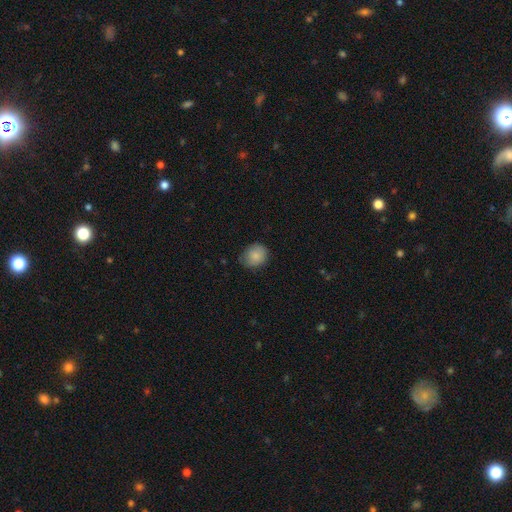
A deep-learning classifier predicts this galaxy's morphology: smooth-or-featured: smooth: 85% | star or artifact: 7% | featured or disk: 7%
  how-rounded: round: 70% | in between: 30% | cigar-shaped: 1%
  merging: none: 73% | minor disturbance: 22% | major disturbance: 4% | merger: 1%